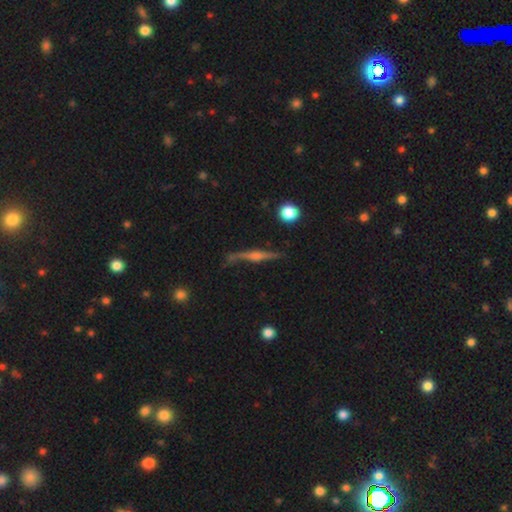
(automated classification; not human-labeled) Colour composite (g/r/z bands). It shows a featured or disk galaxy (76%) viewed edge-on (93%) with a rounded central bulge (79%). Merging: none (72%).